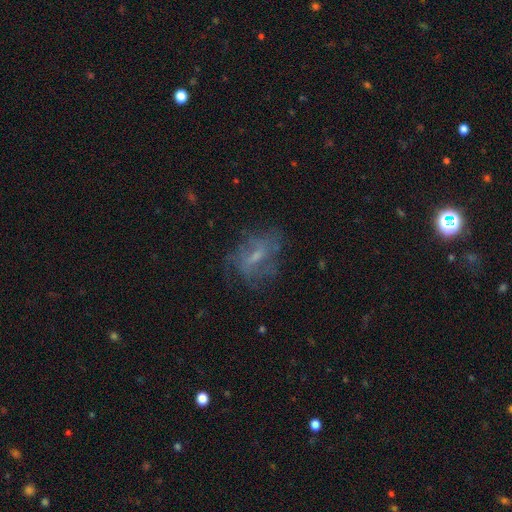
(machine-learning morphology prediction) Smooth or featured: featured or disk — 58% (smooth — 28%)
Edge-on disk: no — 94% (yes — 6%)
Bar: weak — 49% (no — 39%)
Spiral arms: yes — 62% (no — 38%)
Bulge size: small — 48% (moderate — 33%)
Merging: none — 61% (minor disturbance — 20%)